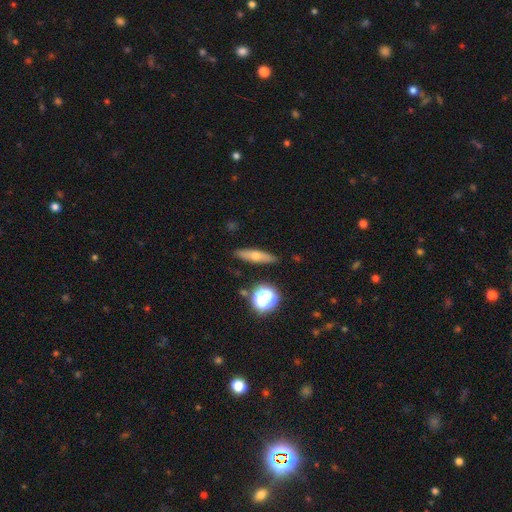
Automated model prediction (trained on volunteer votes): This is possibly a smooth galaxy (53%). How rounded: likely cigar-shaped (68%). Merging: clearly none (87%).